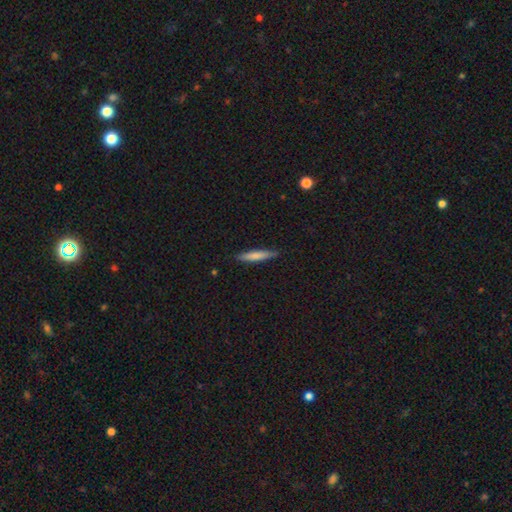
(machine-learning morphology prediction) A smooth galaxy with no disk features (73%) that is cigar-shaped (90%). Merging: none (87%).